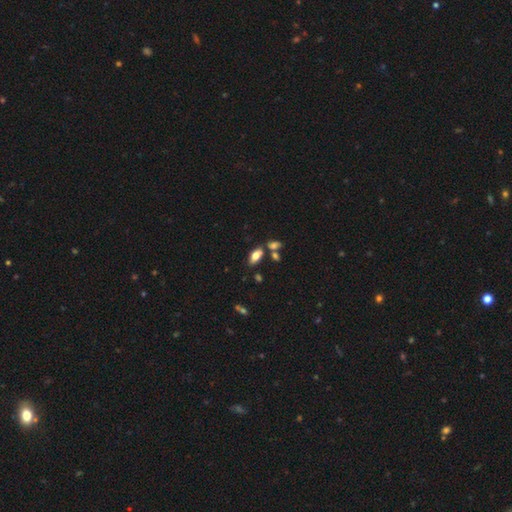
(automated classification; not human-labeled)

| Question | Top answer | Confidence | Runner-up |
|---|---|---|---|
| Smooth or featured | smooth | 75% | featured or disk (16%) |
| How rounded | in between | 89% | cigar-shaped (7%) |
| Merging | none | 68% | merger (17%) |